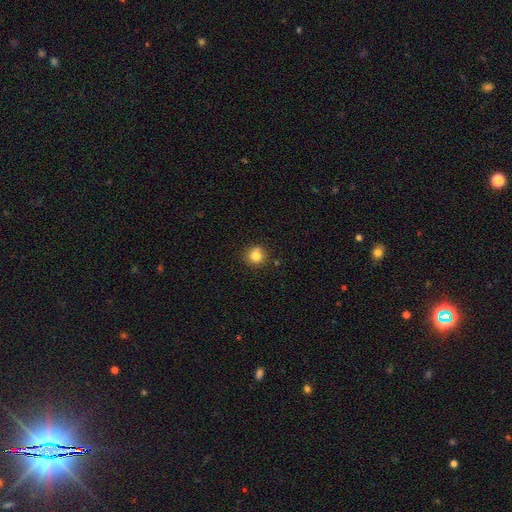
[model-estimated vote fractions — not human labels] Overall: smooth (83%). How rounded: round (91%). Merging: none (85%).